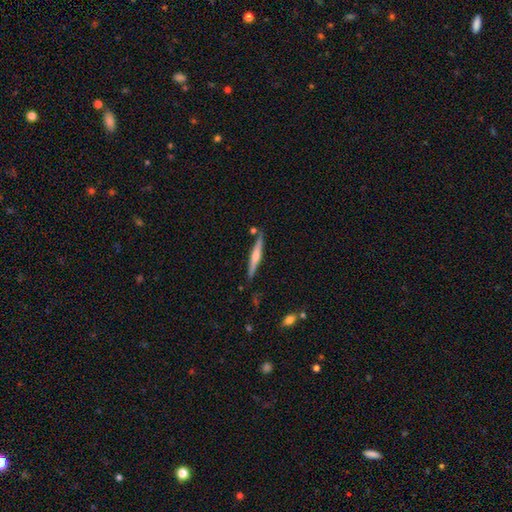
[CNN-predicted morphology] A featured or disk galaxy (55%) viewed edge-on (97%) with a rounded central bulge (73%).

Vote fractions:
- Smooth or featured? featured or disk: 55% / smooth: 39% / star or artifact: 6%
- Edge-on disk? yes: 97% / no: 3%
- Edge-on bulge? rounded: 73% / none: 16% / boxy: 11%
- Merging? none: 82% / minor disturbance: 11% / merger: 5% / major disturbance: 2%